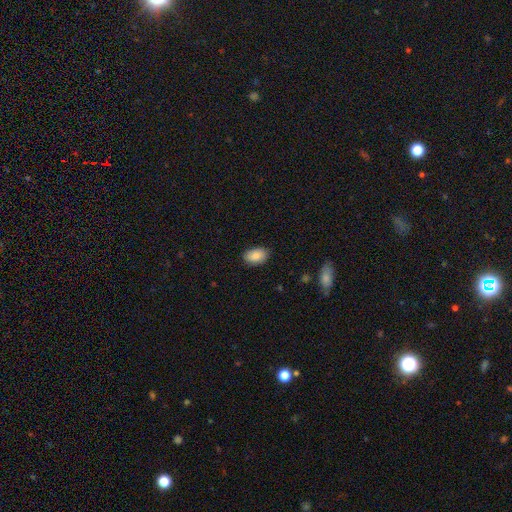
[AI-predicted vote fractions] Smooth or featured? Predicted: smooth (p=0.86). How rounded? Predicted: in between (p=0.90). Merging? Predicted: none (p=0.83).